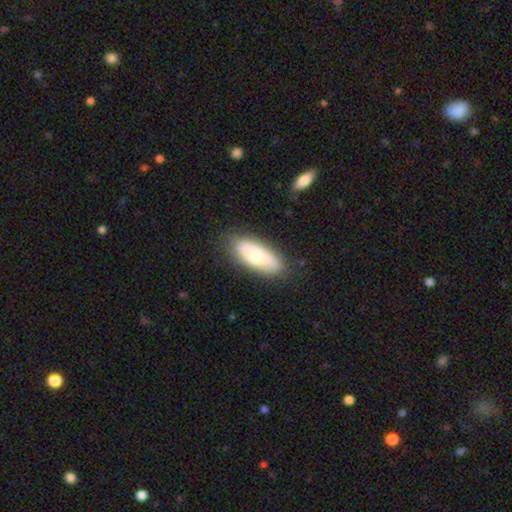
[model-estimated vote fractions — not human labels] Smooth or featured?
  - smooth: 66% *
  - featured or disk: 27%
  - star or artifact: 7%
How rounded?
  - in between: 81% *
  - cigar-shaped: 17%
  - round: 2%
Merging?
  - none: 77% *
  - minor disturbance: 17%
  - major disturbance: 4%
  - merger: 2%